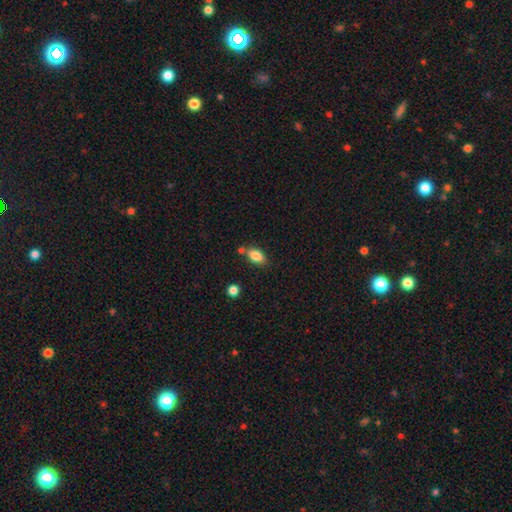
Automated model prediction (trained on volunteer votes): Smooth or featured?
  - smooth: 84% *
  - star or artifact: 8%
  - featured or disk: 8%
How rounded?
  - in between: 88% *
  - round: 7%
  - cigar-shaped: 4%
Merging?
  - none: 70% *
  - minor disturbance: 15%
  - merger: 12%
  - major disturbance: 3%